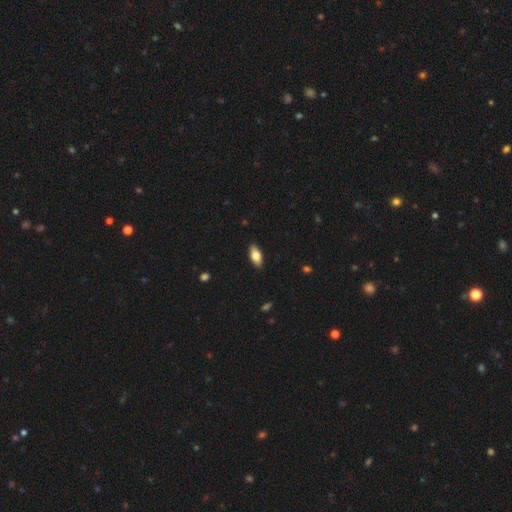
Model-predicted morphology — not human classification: Smooth or featured?
  - smooth: 76% *
  - featured or disk: 17%
  - star or artifact: 6%
How rounded?
  - in between: 88% *
  - cigar-shaped: 10%
  - round: 3%
Merging?
  - none: 89% *
  - minor disturbance: 9%
  - major disturbance: 2%
  - merger: 1%